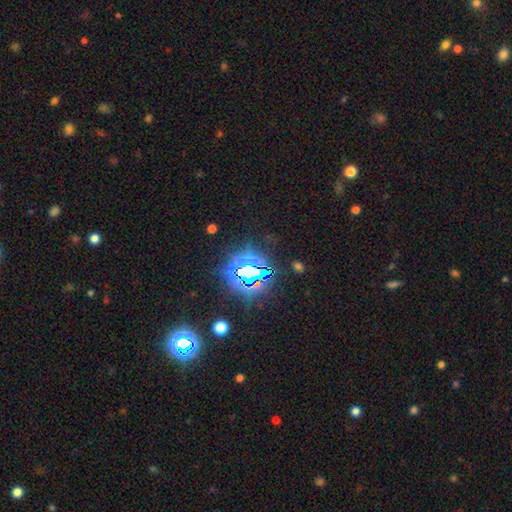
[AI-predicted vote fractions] Smooth or featured? star or artifact (79%)